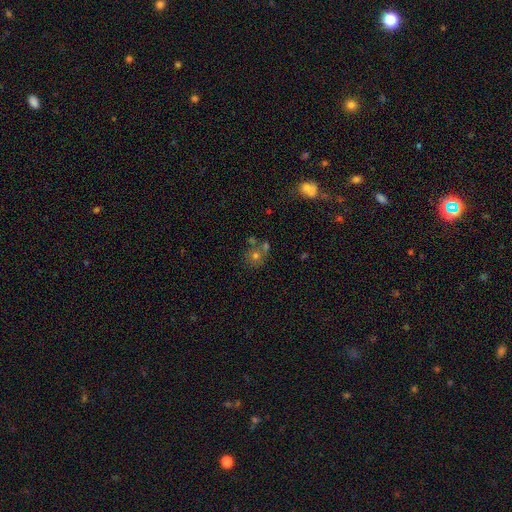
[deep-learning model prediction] smooth-or-featured: smooth: 63% | star or artifact: 19% | featured or disk: 18%
  how-rounded: round: 84% | in between: 15% | cigar-shaped: 1%
  merging: none: 50% | merger: 34% | minor disturbance: 11% | major disturbance: 5%